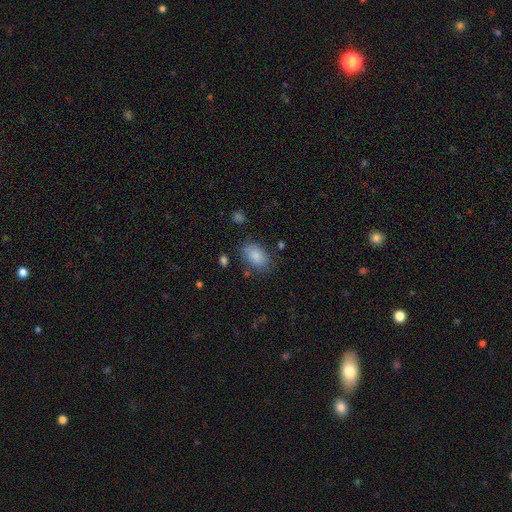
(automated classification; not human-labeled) smooth-or-featured: smooth: 86% | featured or disk: 7% | star or artifact: 7%
  how-rounded: in between: 90% | round: 9% | cigar-shaped: 1%
  merging: none: 76% | minor disturbance: 16% | major disturbance: 5% | merger: 3%